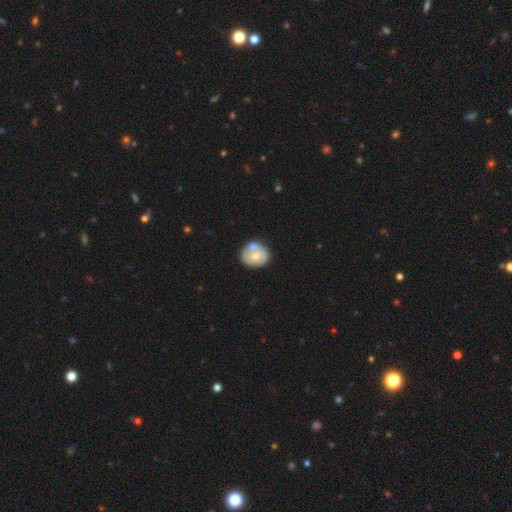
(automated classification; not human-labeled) Overall: smooth (57%; featured or disk 37%). How rounded: round (74%). Merging: none (52%; merger 25%).